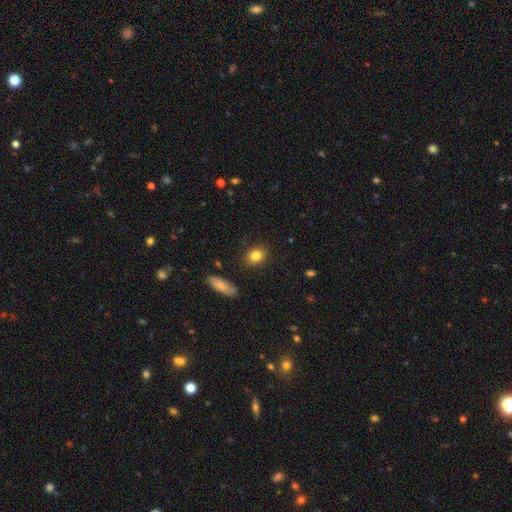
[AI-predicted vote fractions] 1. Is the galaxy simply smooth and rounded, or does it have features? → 83% smooth, 9% star or artifact, 8% featured or disk.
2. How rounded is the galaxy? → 57% in between, 41% round, 2% cigar-shaped.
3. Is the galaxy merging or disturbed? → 86% none, 9% minor disturbance, 2% major disturbance, 2% merger.